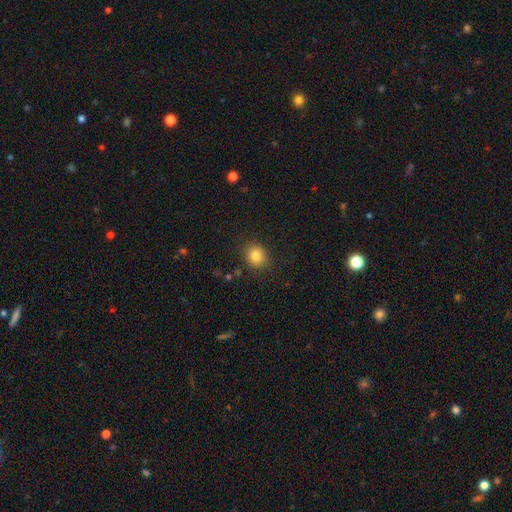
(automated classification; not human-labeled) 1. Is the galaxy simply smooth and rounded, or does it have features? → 83% smooth, 11% star or artifact, 6% featured or disk.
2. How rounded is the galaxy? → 71% round, 28% in between, 1% cigar-shaped.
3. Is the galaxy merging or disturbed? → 87% none, 9% minor disturbance, 3% major disturbance, 1% merger.